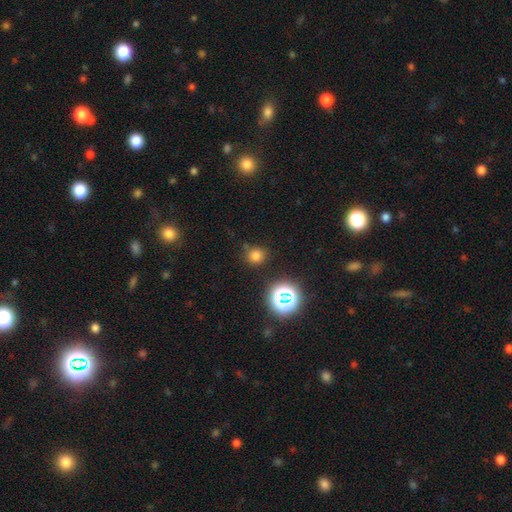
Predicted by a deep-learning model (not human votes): Smooth or featured? smooth (73%)
How rounded? round (89%)
Merging? none (82%)